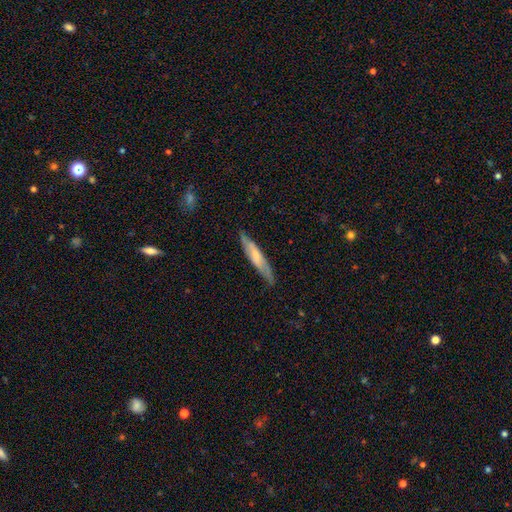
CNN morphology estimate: type=smooth (52%); roundness=cigar-shaped (88%); merging=none (81%).